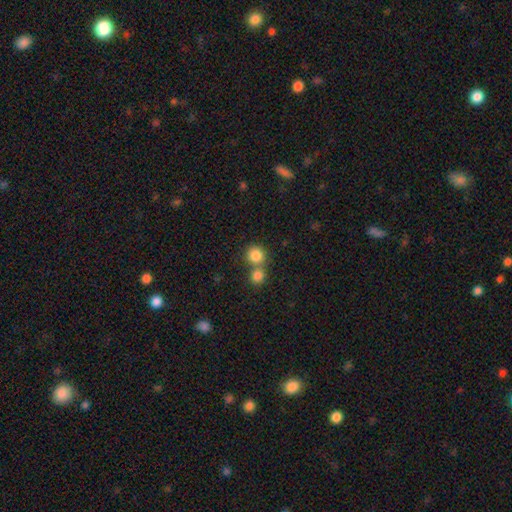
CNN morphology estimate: This appears to be a smooth galaxy with no disk features (83%) that is round (89%). Merging: none (53%).